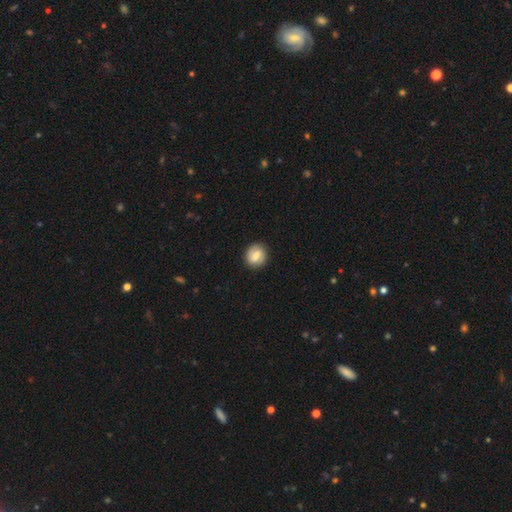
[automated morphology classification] The model was most divided on "smooth or featured": smooth: 59%, featured or disk: 33%, star or artifact: 8%. More confident: merging — none (87%); how rounded — round (77%).